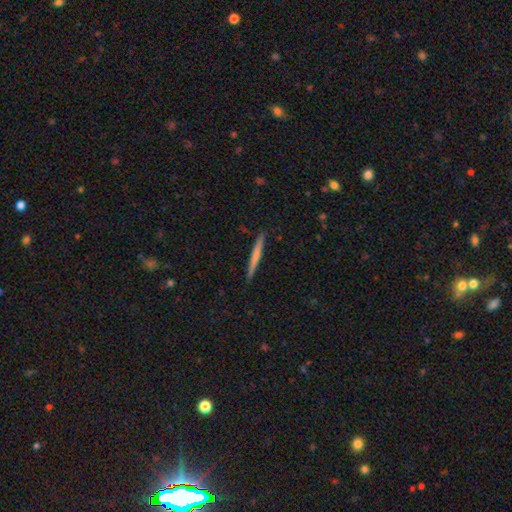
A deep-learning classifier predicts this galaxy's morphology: This is possibly a smooth galaxy (58%). How rounded: clearly cigar-shaped (97%). Merging: clearly none (91%).